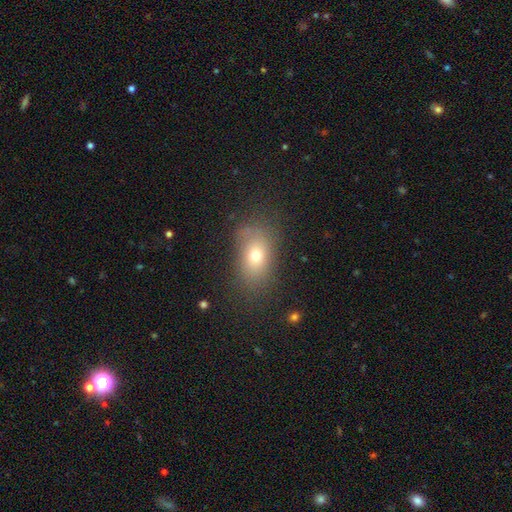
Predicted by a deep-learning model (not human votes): This appears to be a smooth galaxy with no disk features (69%) that is in between round and cigar-shaped (78%). Merging: none (73%).